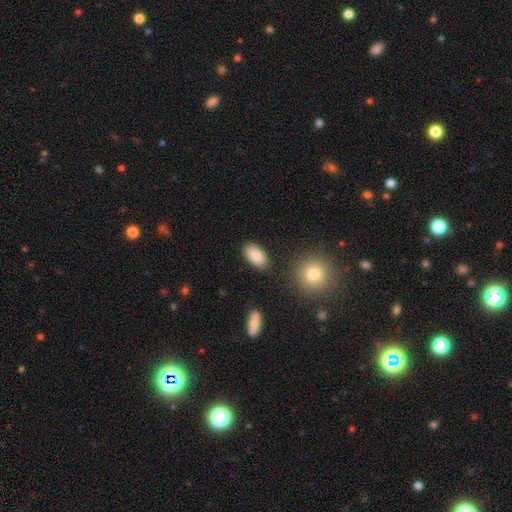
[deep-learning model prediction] A smooth galaxy with no disk features (86%) that is in between round and cigar-shaped (93%). Merging: none (85%).